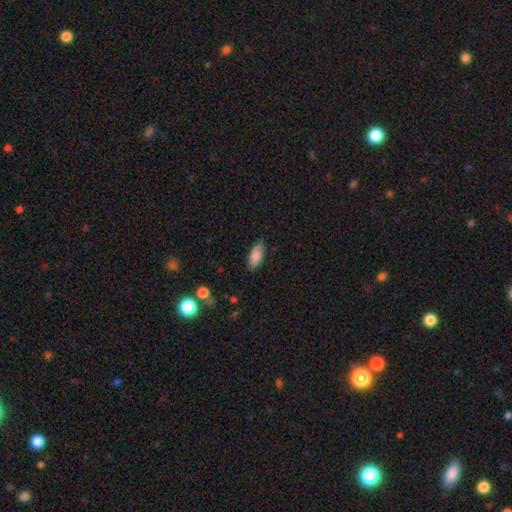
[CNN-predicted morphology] Smooth or featured? Predicted: smooth (p=0.85). How rounded? Predicted: in between (p=0.82). Merging? Predicted: none (p=0.83).